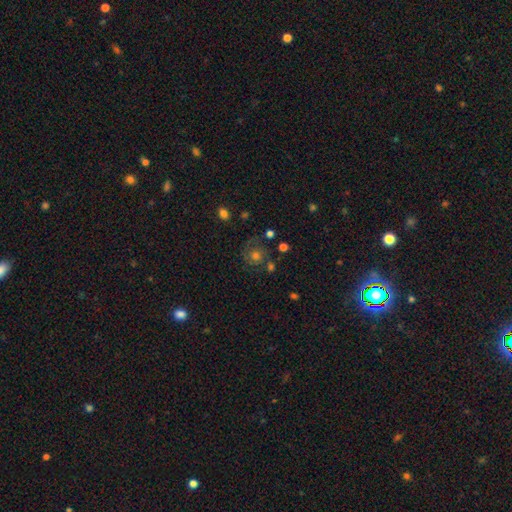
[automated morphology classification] The model was most divided on "smooth or featured": featured or disk: 47%, smooth: 33%, star or artifact: 19%. More confident: merging — none (67%).